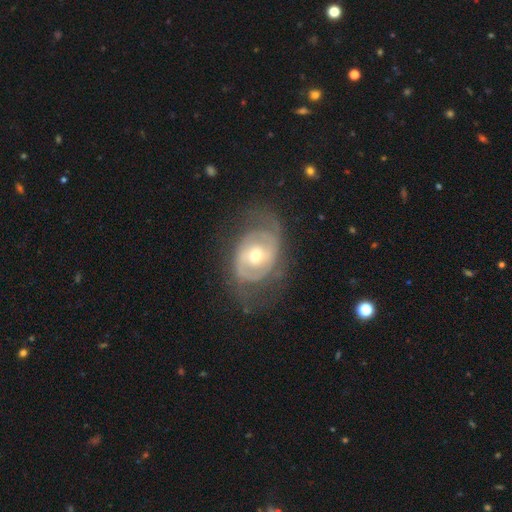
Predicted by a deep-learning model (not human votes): smooth-or-featured: featured or disk: 79% | smooth: 16% | star or artifact: 5%
  disk-edge-on: no: 95% | yes: 5%
    bar: no: 55% | weak: 33% | strong: 12%
    has-spiral-arms: yes: 77% | no: 23%
      spiral-winding: tight: 49% | medium: 34% | loose: 16%
      spiral-arm-count: 2: 58% | can't tell: 25% | 1: 8% | 3: 6% | 4: 2% | more than 4: 2%
    bulge-size: moderate: 64% | small: 30% | large: 4% | dominant: 1% | none: 1%
  merging: none: 61% | minor disturbance: 21% | major disturbance: 16% | merger: 1%